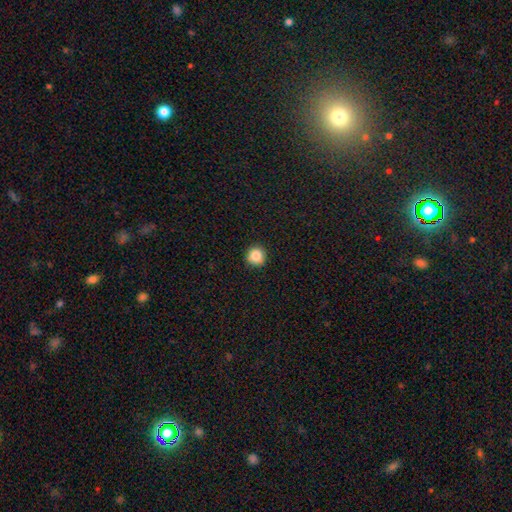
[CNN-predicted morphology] A smooth galaxy with no disk features (86%) that is round (94%). Merging: none (90%).